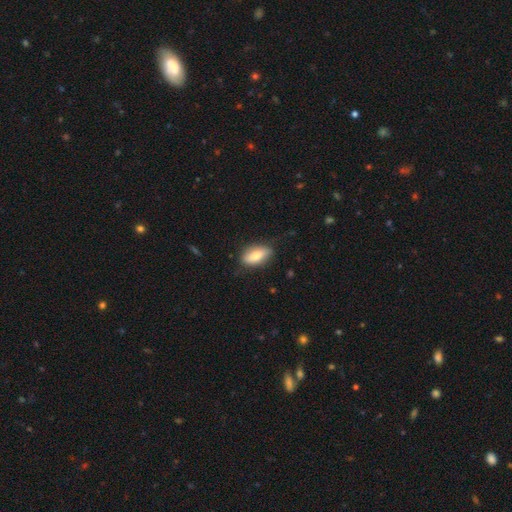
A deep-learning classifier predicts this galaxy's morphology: Smooth or featured? Predicted: smooth (p=0.74). How rounded? Predicted: in between (p=0.87). Merging? Predicted: none (p=0.74).